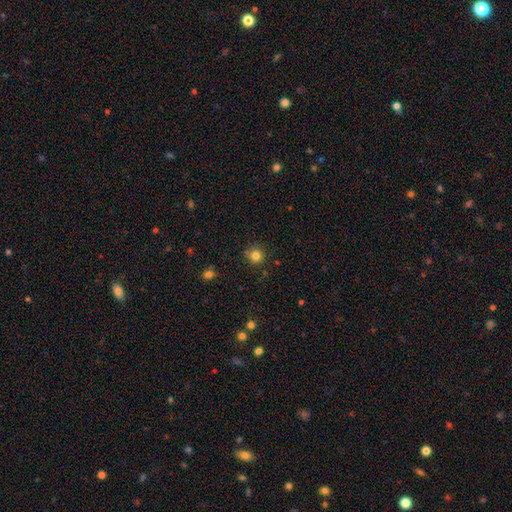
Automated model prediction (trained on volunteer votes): smooth-or-featured: smooth: 81% | star or artifact: 13% | featured or disk: 6%
  how-rounded: round: 92% | in between: 7% | cigar-shaped: 1%
  merging: none: 83% | minor disturbance: 12% | merger: 3% | major disturbance: 3%